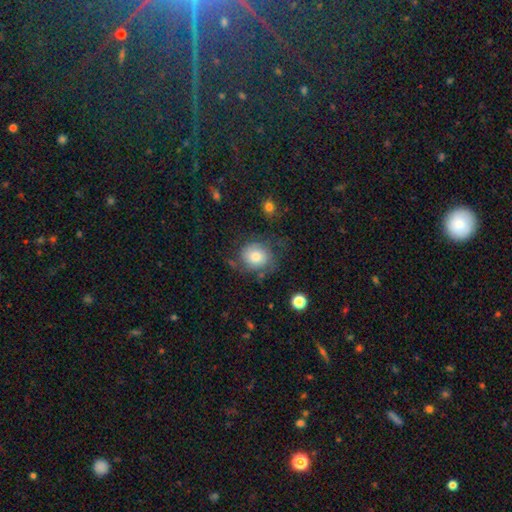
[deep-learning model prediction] Smooth or featured: smooth — 61% (featured or disk — 29%)
How rounded: round — 70% (in between — 29%)
Merging: none — 61% (minor disturbance — 22%)